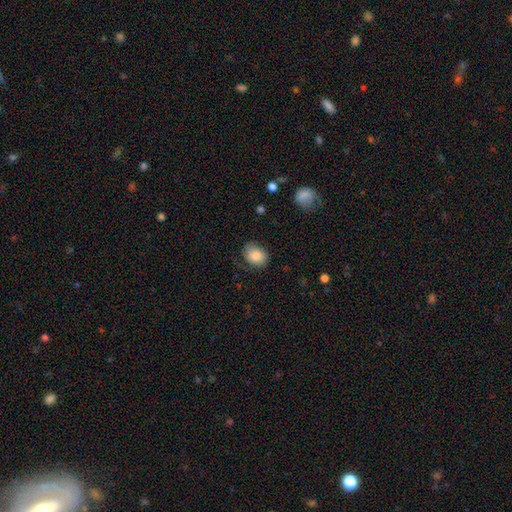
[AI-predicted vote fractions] A smooth galaxy with no disk features (84%) that is in between round and cigar-shaped (51%).

Vote fractions:
- Smooth or featured? smooth: 84% / featured or disk: 9% / star or artifact: 7%
- How rounded? in between: 51% / round: 48% / cigar-shaped: 1%
- Merging? none: 62% / minor disturbance: 27% / major disturbance: 10% / merger: 1%